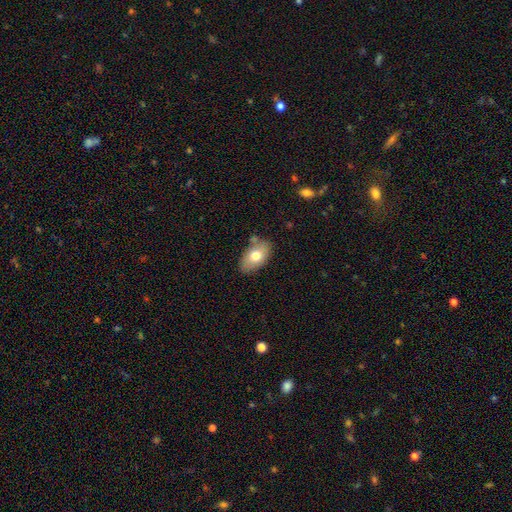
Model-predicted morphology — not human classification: This appears to be a smooth galaxy with no disk features (71%) that is in between round and cigar-shaped (91%). Merging: none (73%).